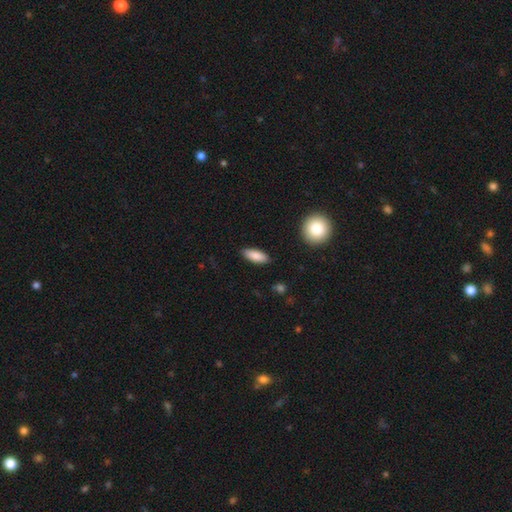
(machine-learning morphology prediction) The model was most divided on "how rounded": in between: 73%, cigar-shaped: 25%, round: 2%. More confident: merging — none (88%); smooth or featured — smooth (86%).